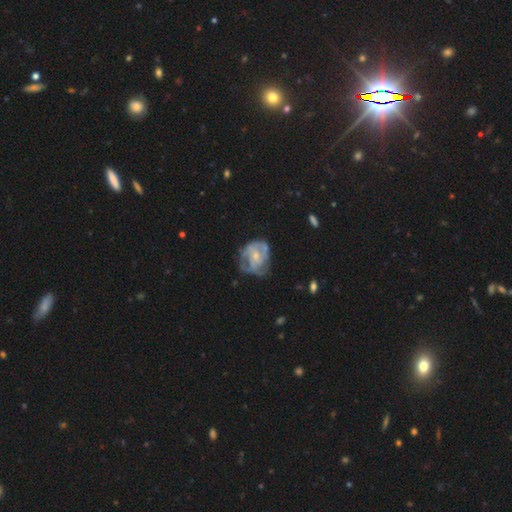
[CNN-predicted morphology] featured or disk 77%, smooth 17%, star or artifact 6%. Down the decision tree: edge-on disk — no (98%); bar — no (62%); spiral arms — yes (81%); spiral arm count — can't tell (36%); spiral winding — tight (48%); bulge size — small (58%); merging — none (49%).